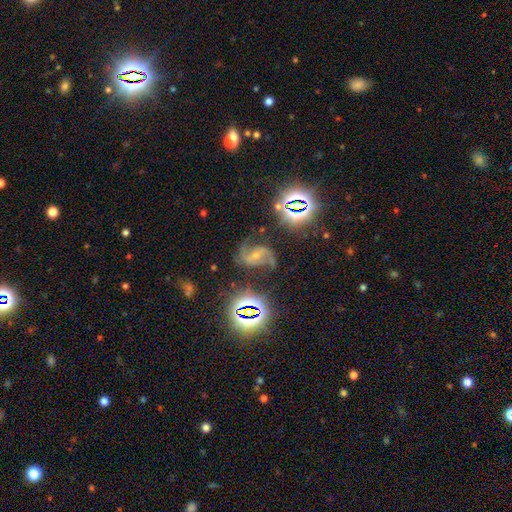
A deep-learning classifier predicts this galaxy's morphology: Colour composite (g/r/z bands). It shows a featured or disk galaxy (77%) with a weak bar (39%), 2 (90%) loose (50%) spiral arms (96%) and a small central bulge (58%). Merging: none (63%).